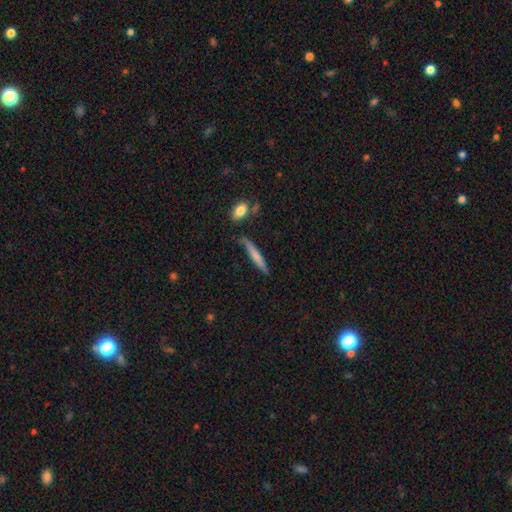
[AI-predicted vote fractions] Q: Smooth or featured?
A: smooth (66%); runner-up: featured or disk (28%)
Q: How rounded?
A: cigar-shaped (93%); runner-up: in between (6%)
Q: Merging?
A: none (72%); runner-up: minor disturbance (19%)